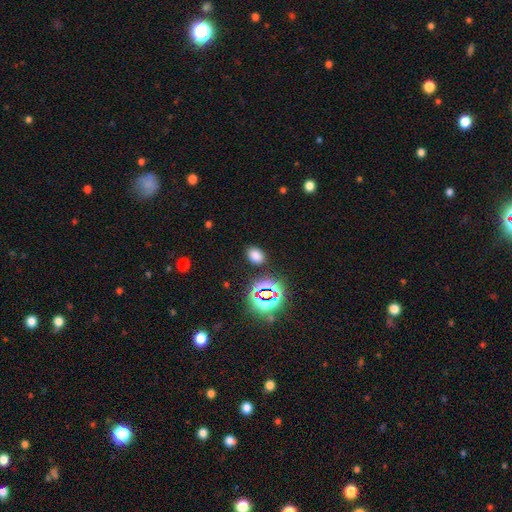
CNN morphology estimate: This appears to be a smooth galaxy with no disk features (72%) that is in between round and cigar-shaped (73%). Merging: none (85%).